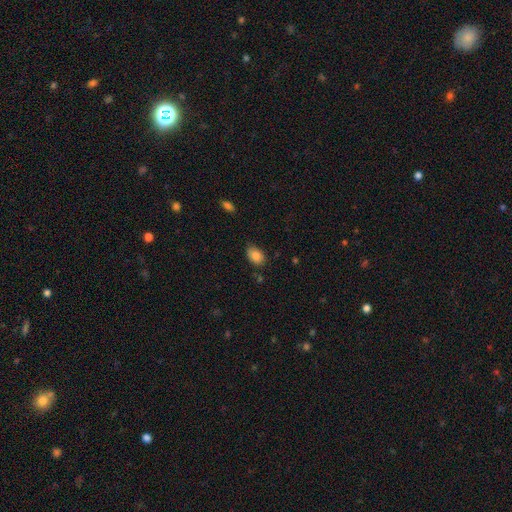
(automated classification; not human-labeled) This appears to be a smooth galaxy with no disk features (84%) that is in between round and cigar-shaped (84%). Merging: none (74%).